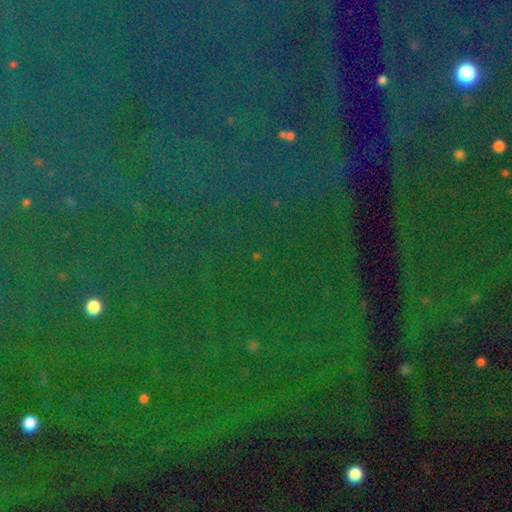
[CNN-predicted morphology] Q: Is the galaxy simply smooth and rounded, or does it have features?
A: star or artifact — 82%.